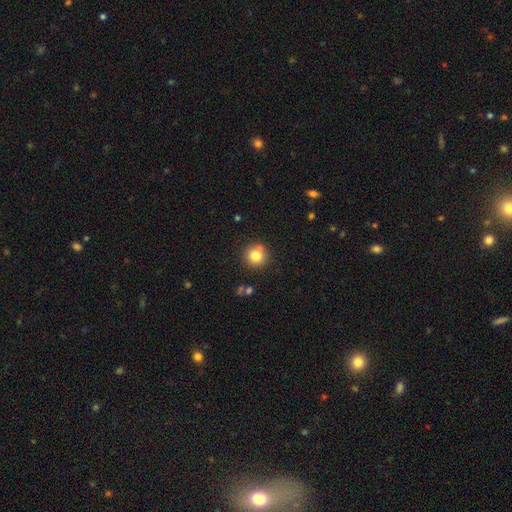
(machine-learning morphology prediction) smooth-or-featured: smooth: 82% | star or artifact: 11% | featured or disk: 7%
  how-rounded: round: 94% | in between: 5% | cigar-shaped: 1%
  merging: none: 83% | minor disturbance: 9% | merger: 4% | major disturbance: 3%